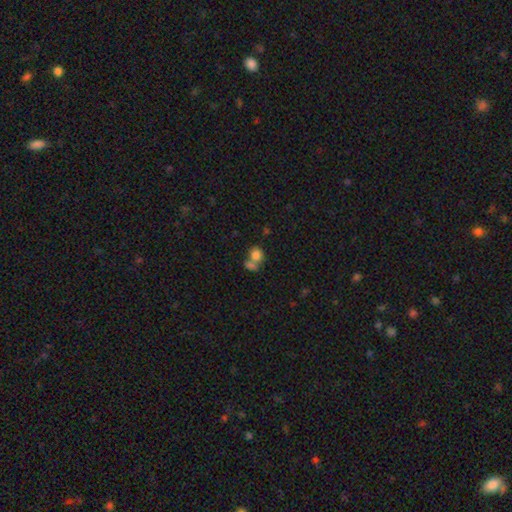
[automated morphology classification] smooth-or-featured: smooth: 79% | star or artifact: 11% | featured or disk: 10%
  how-rounded: round: 64% | in between: 35% | cigar-shaped: 1%
  merging: merger: 52% | none: 34% | minor disturbance: 9% | major disturbance: 5%